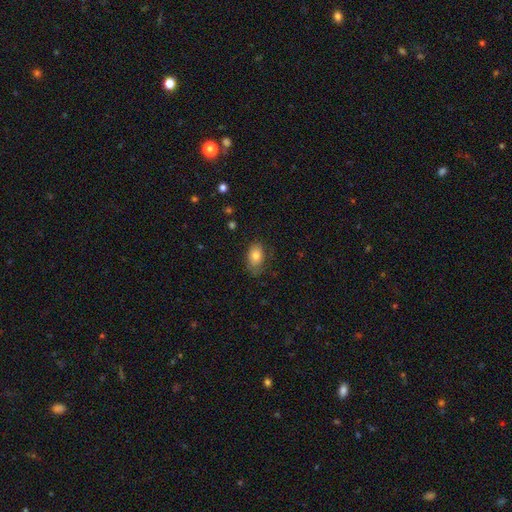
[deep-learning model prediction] Smooth or featured: smooth — 79% (featured or disk — 12%)
How rounded: in between — 88% (round — 11%)
Merging: none — 70% (minor disturbance — 23%)